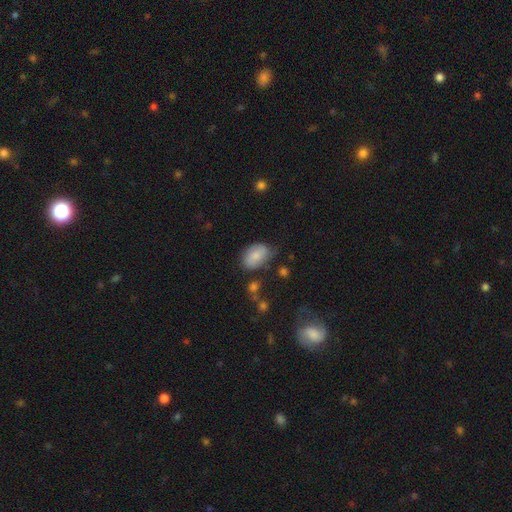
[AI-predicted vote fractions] smooth_or_featured: smooth (p=0.76) [alt: featured or disk p=0.17]
how_rounded: in between (p=0.87) [alt: round p=0.11]
merging: none (p=0.55) [alt: minor disturbance p=0.32]